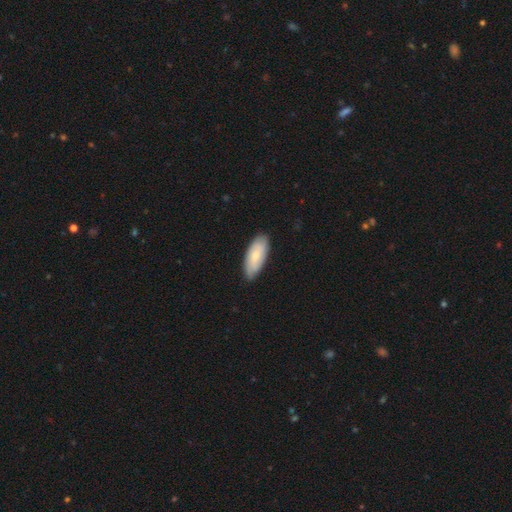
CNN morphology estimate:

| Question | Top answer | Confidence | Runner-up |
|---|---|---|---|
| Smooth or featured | smooth | 67% | featured or disk (28%) |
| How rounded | in between | 84% | cigar-shaped (14%) |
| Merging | none | 82% | minor disturbance (15%) |